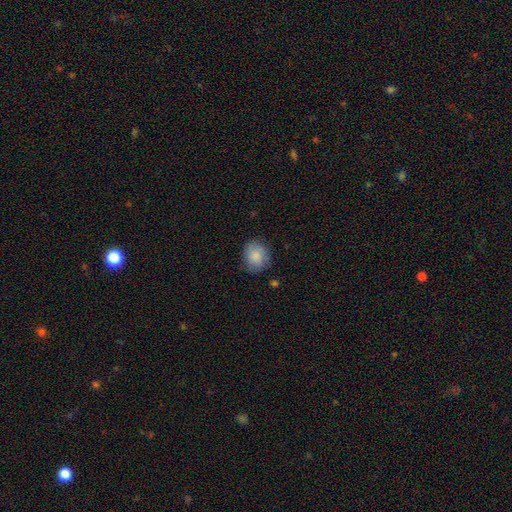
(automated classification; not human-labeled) Smooth or featured? Predicted: smooth (p=0.84). How rounded? Predicted: round (p=0.55). Merging? Predicted: none (p=0.76).